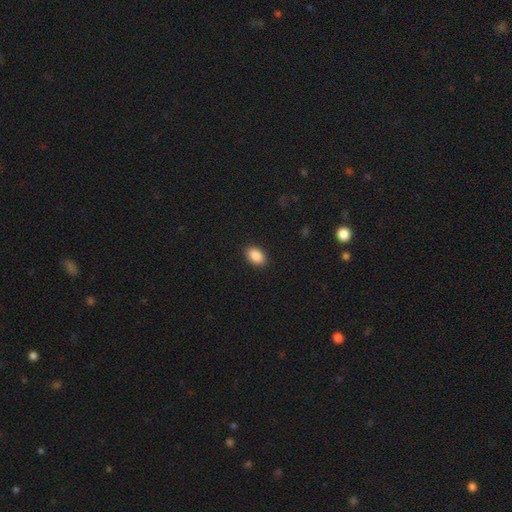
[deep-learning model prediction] smooth 90%, star or artifact 7%, featured or disk 3%. Down the decision tree: how rounded — in between (91%); merging — none (91%).